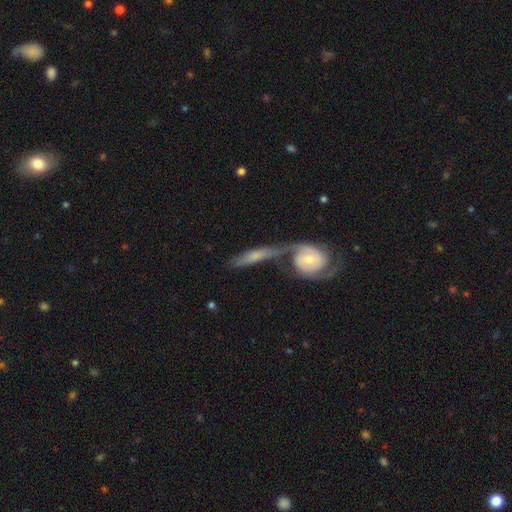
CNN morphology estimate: Smooth or featured? Predicted: featured or disk (p=0.58). Edge-on disk? Predicted: no (p=0.70). Merging? Predicted: merger (p=0.54).